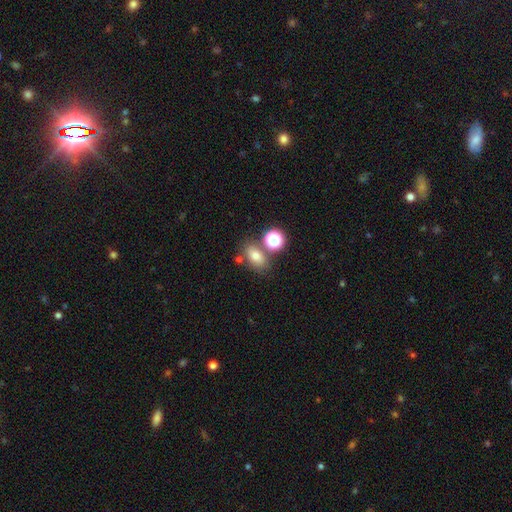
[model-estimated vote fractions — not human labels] The model was most divided on "merging": none: 64%, merger: 18%, minor disturbance: 13%, major disturbance: 5%. More confident: how rounded — in between (73%); smooth or featured — smooth (71%).